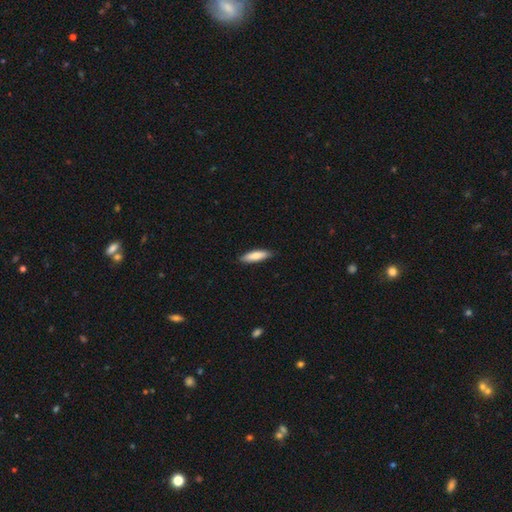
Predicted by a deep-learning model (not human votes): Smooth or featured? smooth (81%)
How rounded? cigar-shaped (65%)
Merging? none (87%)